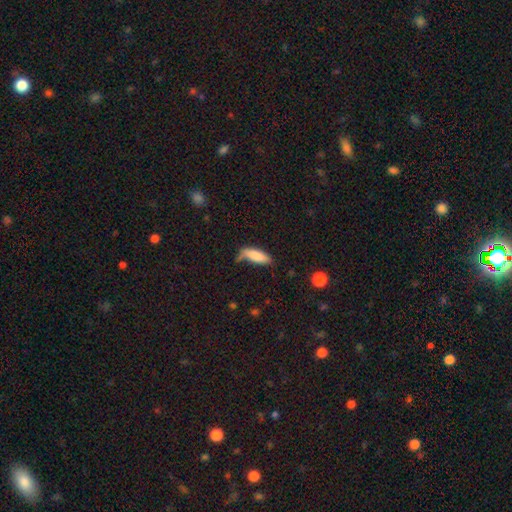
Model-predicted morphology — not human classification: smooth 83%, featured or disk 10%, star or artifact 7%. Down the decision tree: how rounded — in between (62%); merging — none (47%).